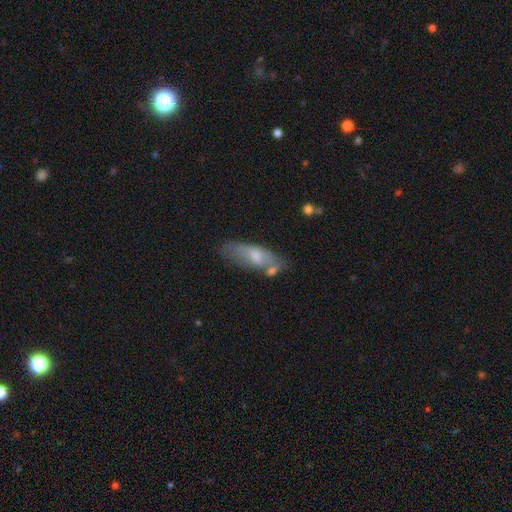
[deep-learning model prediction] A smooth galaxy with no disk features (51%) that is in between round and cigar-shaped (62%).

Vote fractions:
- Smooth or featured? smooth: 51% / featured or disk: 42% / star or artifact: 7%
- How rounded? in between: 62% / cigar-shaped: 35% / round: 3%
- Merging? none: 56% / minor disturbance: 24% / merger: 11% / major disturbance: 9%